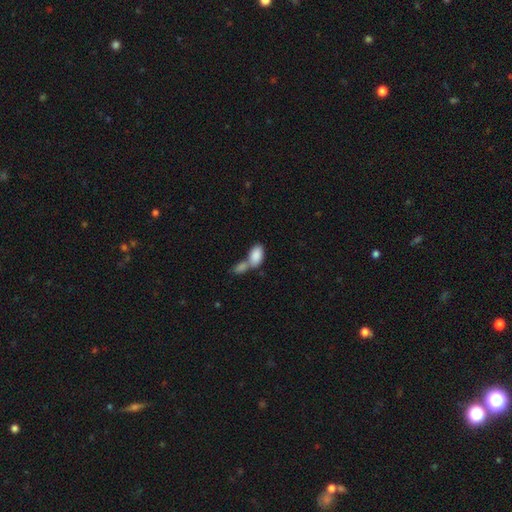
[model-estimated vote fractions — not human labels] smooth_or_featured: smooth (p=0.87) [alt: featured or disk p=0.07]
how_rounded: in between (p=0.94) [alt: round p=0.04]
merging: merger (p=0.62) [alt: none p=0.26]